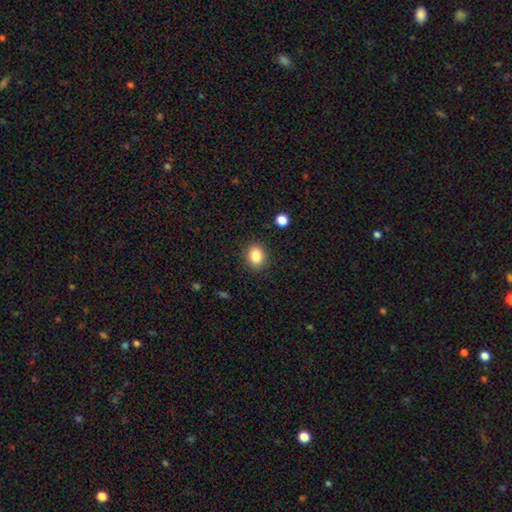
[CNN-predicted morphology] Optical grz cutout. It shows a smooth galaxy with no disk features (85%) that is round (56%). Merging: none (88%).